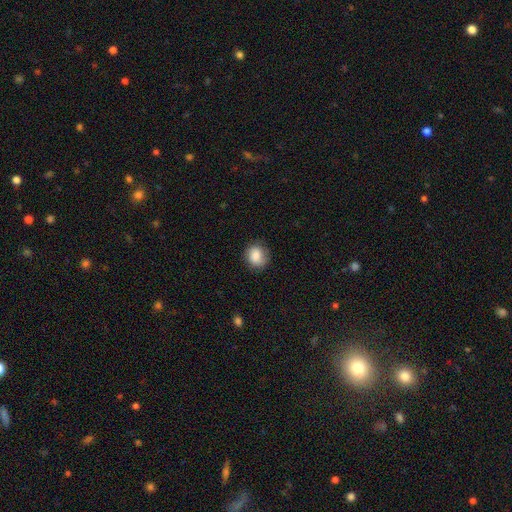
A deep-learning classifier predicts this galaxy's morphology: Smooth or featured?
  - smooth: 84% *
  - star or artifact: 8%
  - featured or disk: 8%
How rounded?
  - round: 70% *
  - in between: 29%
  - cigar-shaped: 1%
Merging?
  - none: 75% *
  - minor disturbance: 19%
  - major disturbance: 5%
  - merger: 1%